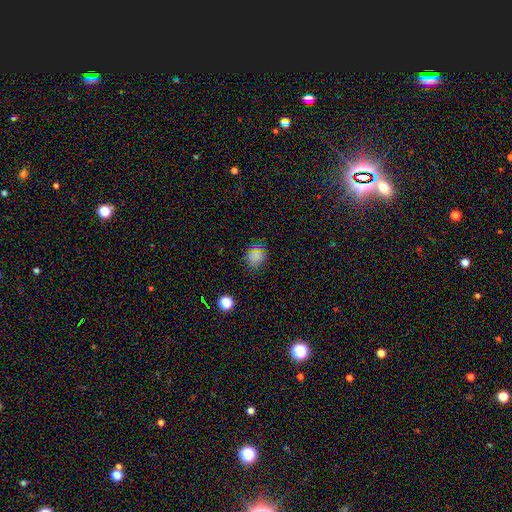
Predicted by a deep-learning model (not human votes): smooth-or-featured: smooth: 75% | star or artifact: 20% | featured or disk: 5%
  how-rounded: round: 63% | in between: 35% | cigar-shaped: 1%
  merging: none: 85% | minor disturbance: 11% | major disturbance: 3% | merger: 1%